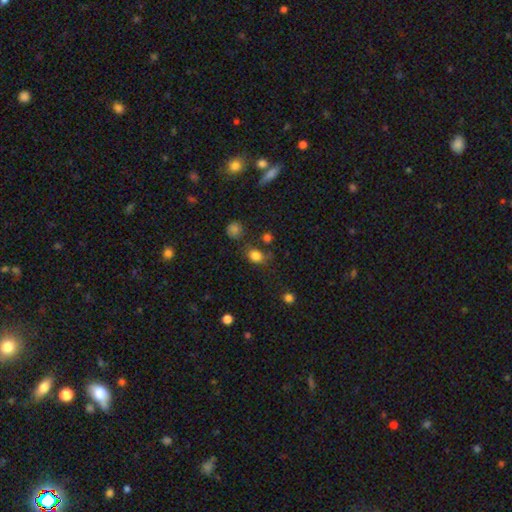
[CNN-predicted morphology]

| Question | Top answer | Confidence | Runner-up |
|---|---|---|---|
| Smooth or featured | smooth | 82% | star or artifact (12%) |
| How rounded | in between | 52% | round (46%) |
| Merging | none | 67% | minor disturbance (20%) |